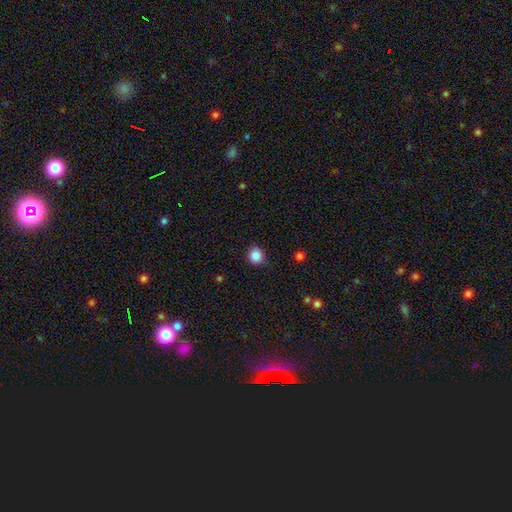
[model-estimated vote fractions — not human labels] A smooth galaxy with no disk features (87%) that is round (89%).

Vote fractions:
- Smooth or featured? smooth: 87% / star or artifact: 10% / featured or disk: 3%
- How rounded? round: 89% / in between: 10% / cigar-shaped: 1%
- Merging? none: 88% / minor disturbance: 8% / major disturbance: 2% / merger: 1%